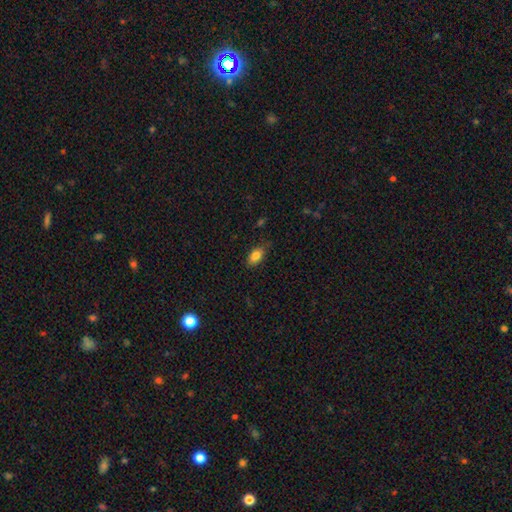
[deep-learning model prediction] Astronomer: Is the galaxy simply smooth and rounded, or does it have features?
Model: smooth — 83%.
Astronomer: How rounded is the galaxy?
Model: in between — 88%.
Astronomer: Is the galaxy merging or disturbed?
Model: none — 78%.